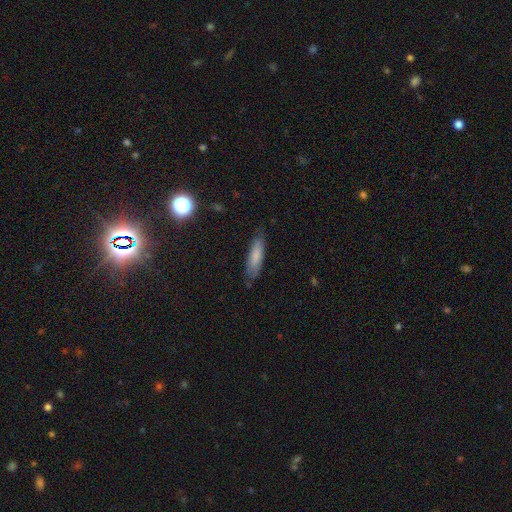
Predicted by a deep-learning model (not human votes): Smooth or featured: smooth — 78% (featured or disk — 16%)
How rounded: cigar-shaped — 68% (in between — 31%)
Merging: none — 76% (minor disturbance — 19%)